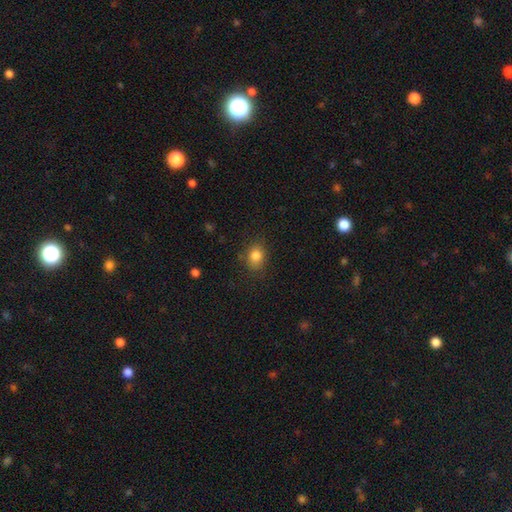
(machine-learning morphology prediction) smooth_or_featured: smooth (p=0.83) [alt: star or artifact p=0.11]
how_rounded: in between (p=0.50) [alt: round p=0.49]
merging: none (p=0.81) [alt: minor disturbance p=0.13]